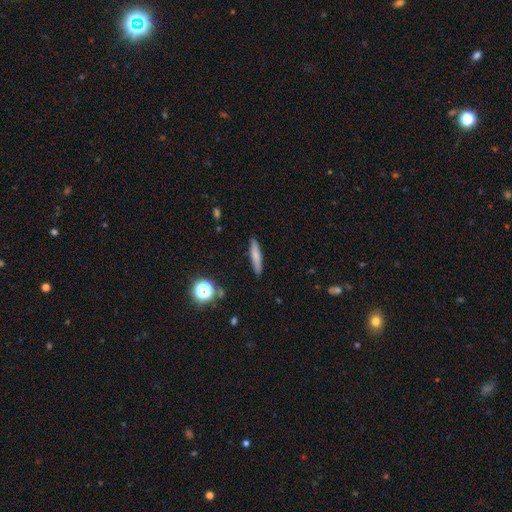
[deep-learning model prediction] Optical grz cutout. It shows a smooth galaxy with no disk features (72%) that is cigar-shaped (86%). Merging: none (87%).